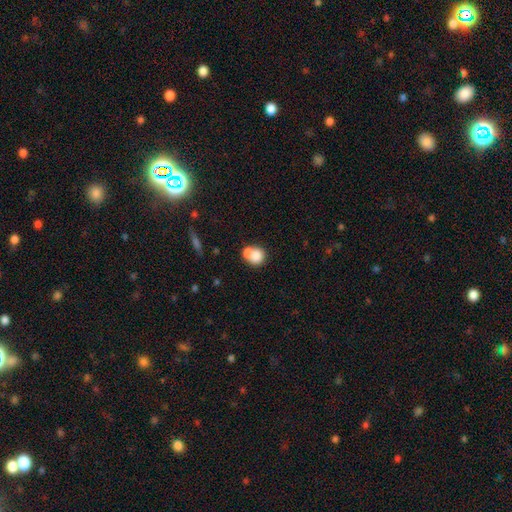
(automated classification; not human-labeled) Smooth or featured?
  - smooth: 76% *
  - featured or disk: 14%
  - star or artifact: 9%
How rounded?
  - round: 77% *
  - in between: 21%
  - cigar-shaped: 1%
Merging?
  - merger: 53% *
  - none: 35%
  - minor disturbance: 8%
  - major disturbance: 4%